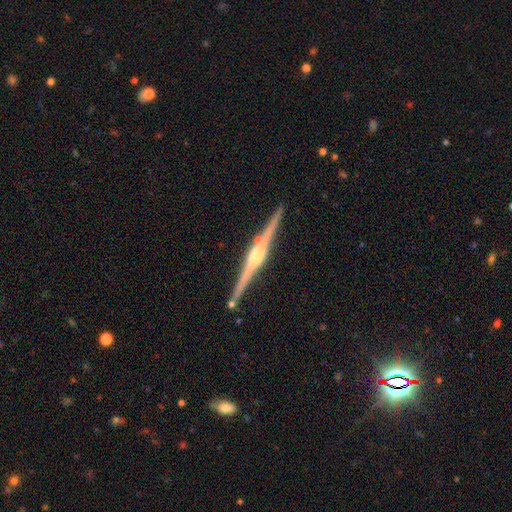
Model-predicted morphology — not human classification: Smooth or featured: featured or disk — 87% (smooth — 8%)
Edge-on disk: yes — 99% (no — 1%)
Edge-on bulge: rounded — 72% (boxy — 23%)
Merging: none — 87% (minor disturbance — 8%)